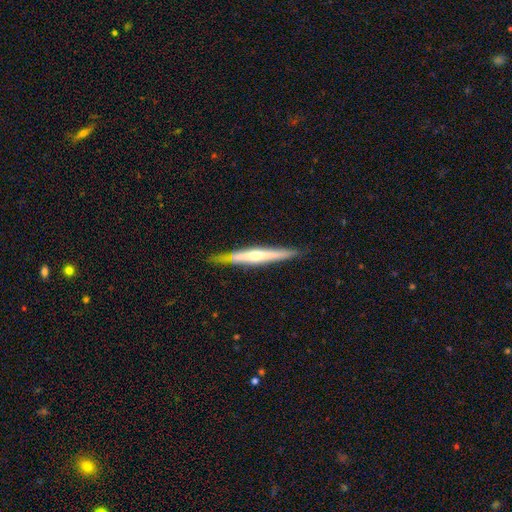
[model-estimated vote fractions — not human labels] Smooth or featured? featured or disk (64%)
Edge-on disk? yes (95%)
Edge-on bulge? rounded (68%)
Merging? none (81%)